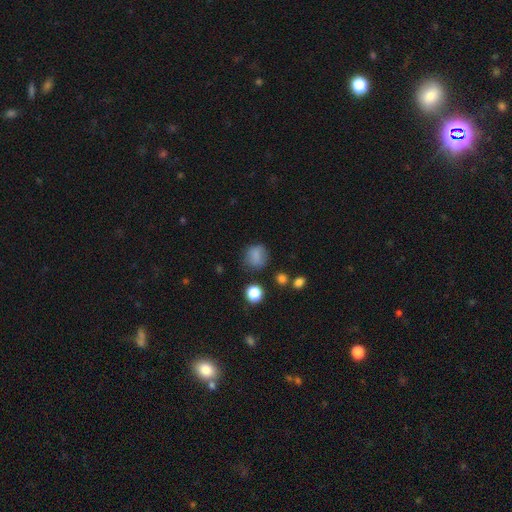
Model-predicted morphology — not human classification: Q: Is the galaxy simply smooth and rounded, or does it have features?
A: smooth — 80%.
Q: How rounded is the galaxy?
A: round — 76%.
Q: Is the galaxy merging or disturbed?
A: none — 73%.